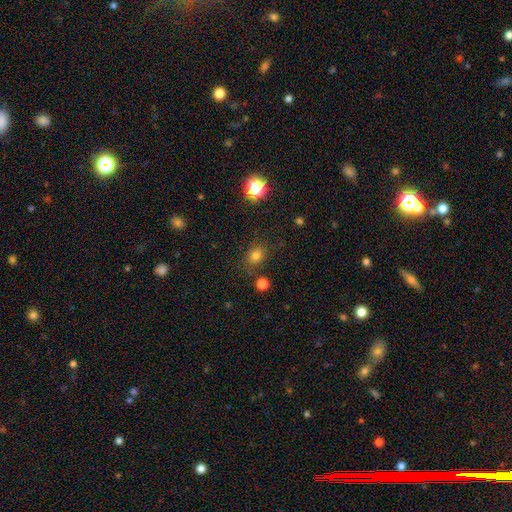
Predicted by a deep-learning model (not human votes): The model was most divided on "how rounded": round: 57%, in between: 42%, cigar-shaped: 1%. More confident: merging — none (78%); smooth or featured — smooth (76%).